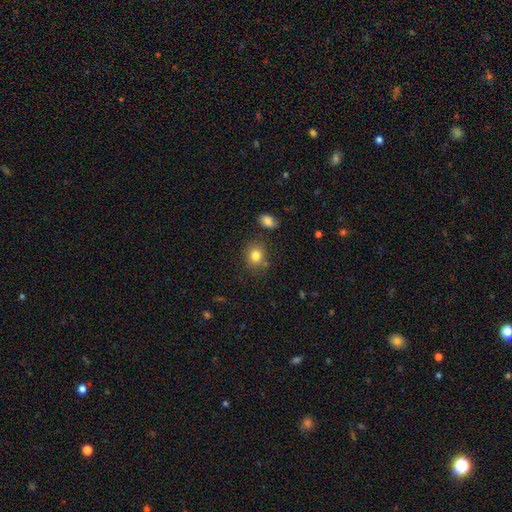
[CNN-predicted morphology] smooth 82%, star or artifact 11%, featured or disk 7%. Down the decision tree: how rounded — round (65%); merging — none (79%).